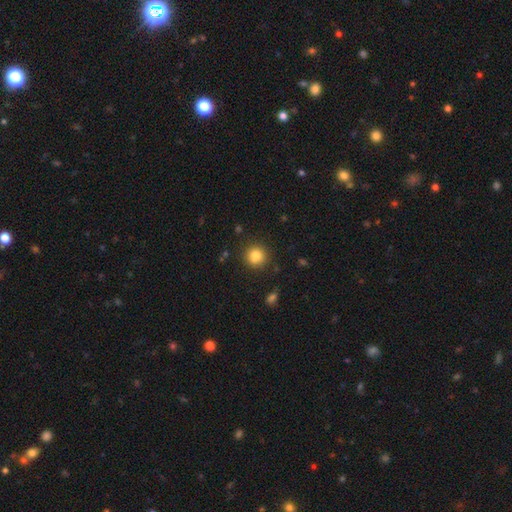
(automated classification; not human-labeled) Smooth or featured?
  - smooth: 82% *
  - star or artifact: 11%
  - featured or disk: 7%
How rounded?
  - round: 92% *
  - in between: 7%
  - cigar-shaped: 1%
Merging?
  - none: 86% *
  - minor disturbance: 8%
  - merger: 3%
  - major disturbance: 3%